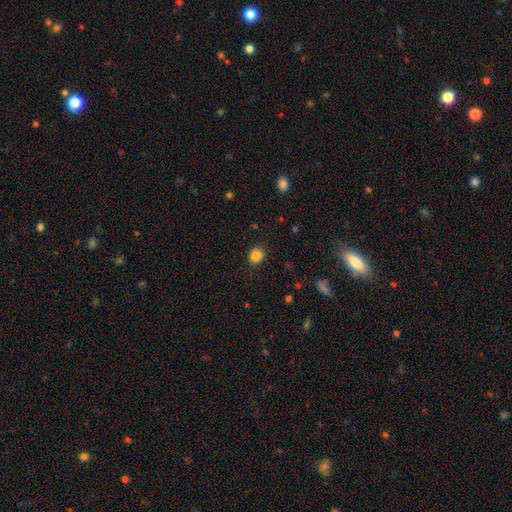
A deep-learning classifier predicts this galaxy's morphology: A smooth galaxy with no disk features (86%) that is round (75%).

Vote fractions:
- Smooth or featured? smooth: 86% / star or artifact: 11% / featured or disk: 3%
- How rounded? round: 75% / in between: 24% / cigar-shaped: 1%
- Merging? none: 88% / minor disturbance: 8% / major disturbance: 3% / merger: 1%